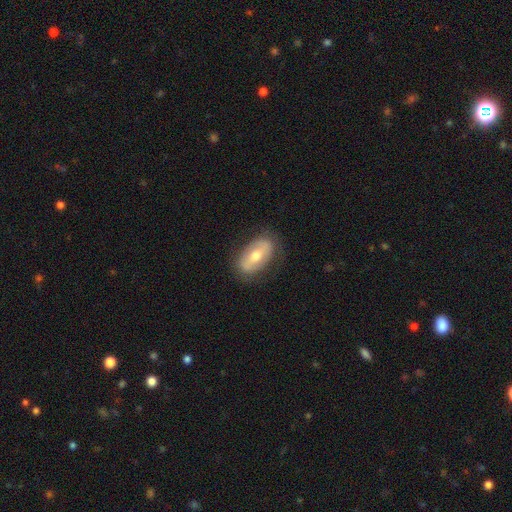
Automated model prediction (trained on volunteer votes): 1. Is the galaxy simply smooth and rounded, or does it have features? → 47% smooth, 46% featured or disk, 7% star or artifact.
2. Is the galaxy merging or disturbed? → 81% none, 14% minor disturbance, 4% major disturbance, 1% merger.